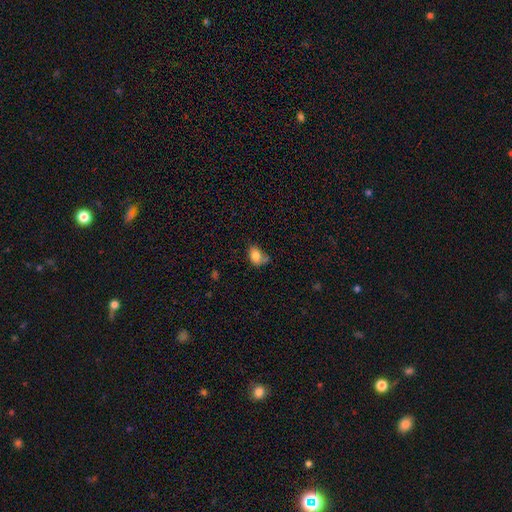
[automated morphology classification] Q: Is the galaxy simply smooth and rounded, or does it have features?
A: smooth — 84%.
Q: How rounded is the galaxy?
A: in between — 79%.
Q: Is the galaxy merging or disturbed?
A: none — 51%.